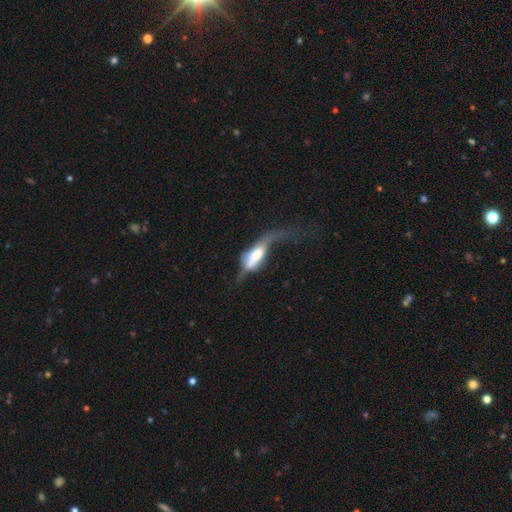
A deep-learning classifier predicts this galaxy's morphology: smooth 50%, featured or disk 42%, star or artifact 8%. Down the decision tree: how rounded — in between (71%); merging — major disturbance (59%).